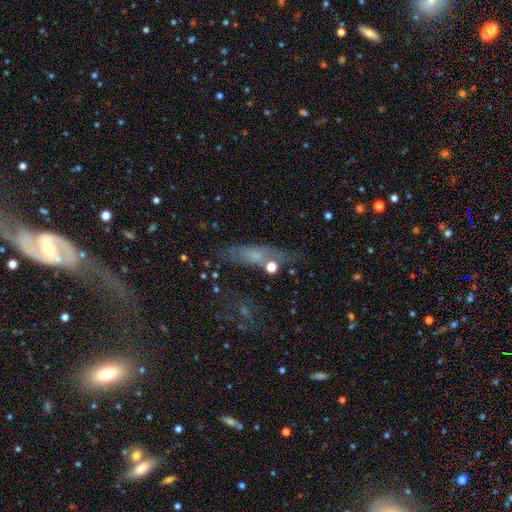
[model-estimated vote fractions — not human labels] smooth 49%, featured or disk 34%, star or artifact 18%. Down the decision tree: merging — none (60%).